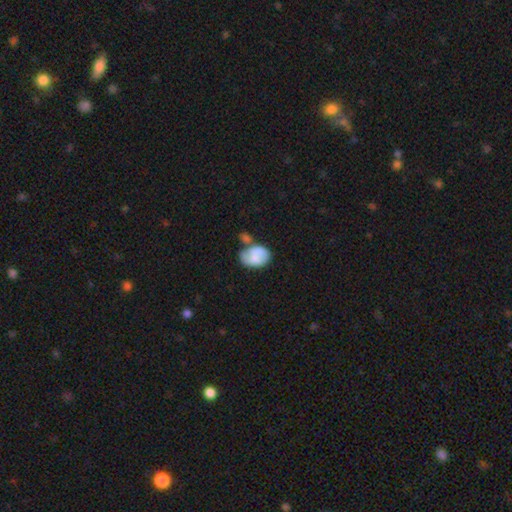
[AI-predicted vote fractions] Morphology: type=smooth (62%); roundness=in between (81%); merging=merger (33%).